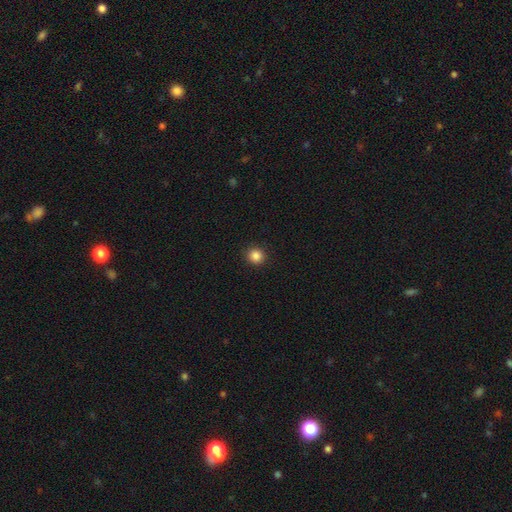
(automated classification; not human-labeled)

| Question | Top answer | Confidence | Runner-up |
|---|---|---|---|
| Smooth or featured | smooth | 86% | star or artifact (11%) |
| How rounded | round | 89% | in between (10%) |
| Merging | none | 91% | minor disturbance (6%) |